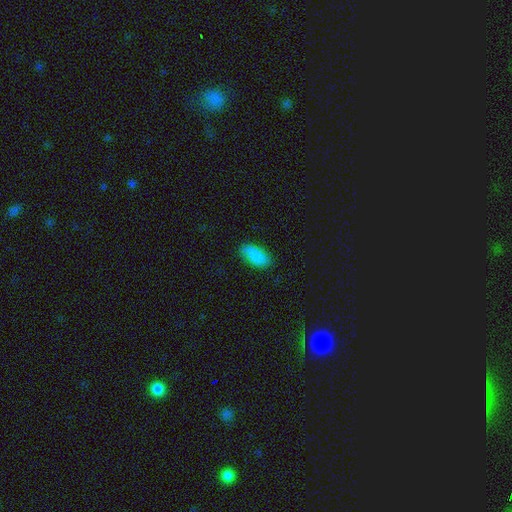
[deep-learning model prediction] Overall: smooth (87%). How rounded: in between (93%). Merging: none (82%).